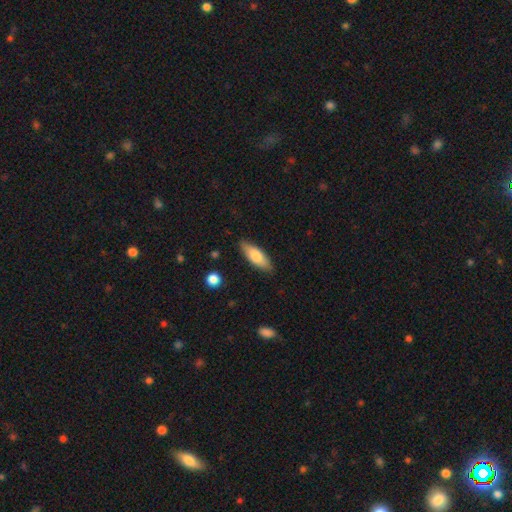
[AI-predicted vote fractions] Smooth or featured?
  - smooth: 76% *
  - featured or disk: 19%
  - star or artifact: 6%
How rounded?
  - in between: 63% *
  - cigar-shaped: 35%
  - round: 2%
Merging?
  - none: 86% *
  - minor disturbance: 11%
  - major disturbance: 2%
  - merger: 1%